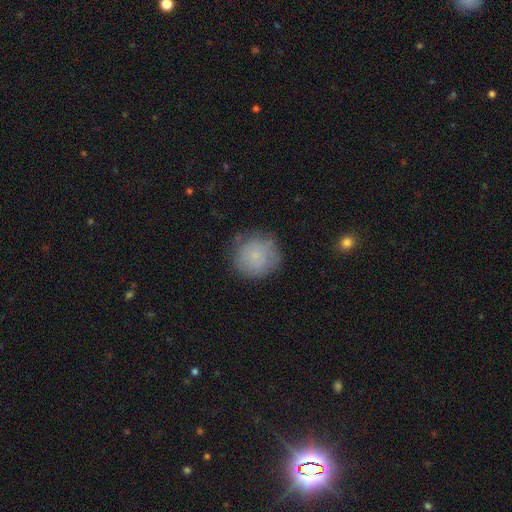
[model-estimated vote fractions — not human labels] Q: Smooth or featured?
A: smooth (74%); runner-up: featured or disk (17%)
Q: How rounded?
A: round (92%); runner-up: in between (7%)
Q: Merging?
A: none (74%); runner-up: minor disturbance (19%)